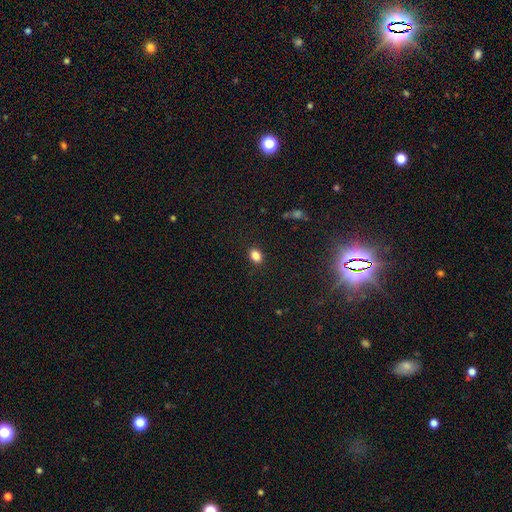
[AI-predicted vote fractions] Smooth or featured?
  - smooth: 84% *
  - star or artifact: 11%
  - featured or disk: 5%
How rounded?
  - in between: 67% *
  - round: 32%
  - cigar-shaped: 1%
Merging?
  - none: 88% *
  - minor disturbance: 9%
  - major disturbance: 2%
  - merger: 1%